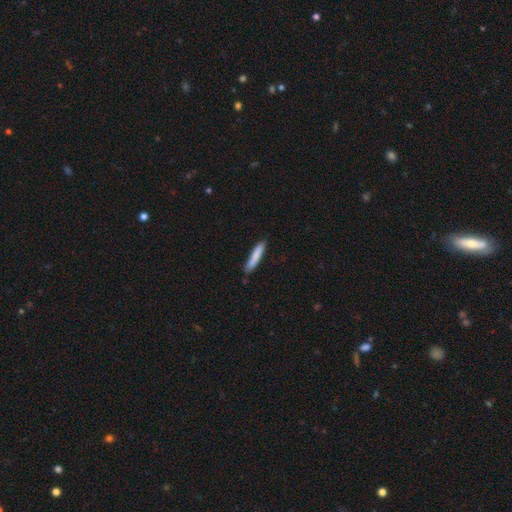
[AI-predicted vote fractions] Q: Smooth or featured?
A: smooth (81%); runner-up: featured or disk (13%)
Q: How rounded?
A: cigar-shaped (92%); runner-up: in between (7%)
Q: Merging?
A: none (81%); runner-up: minor disturbance (15%)